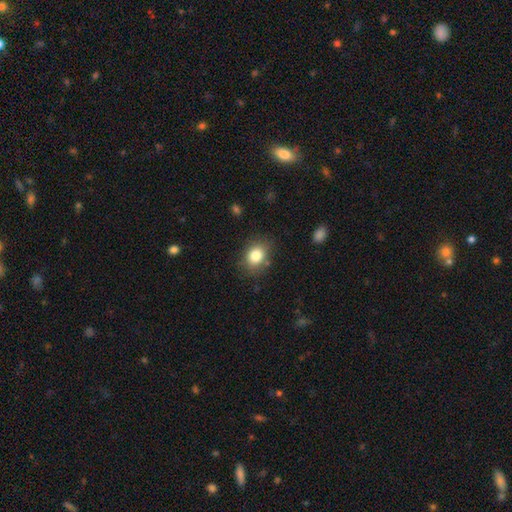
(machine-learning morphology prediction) The model was most divided on "how rounded": in between: 51%, round: 48%, cigar-shaped: 1%. More confident: smooth or featured — smooth (82%); merging — none (80%).